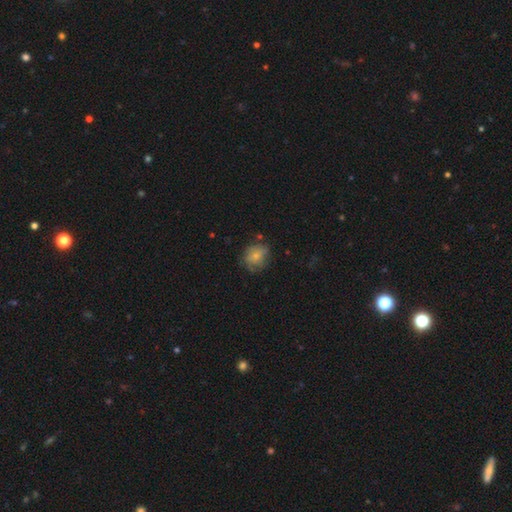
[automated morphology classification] smooth-or-featured: smooth: 65% | featured or disk: 27% | star or artifact: 9%
  how-rounded: round: 68% | in between: 31% | cigar-shaped: 1%
  merging: none: 58% | minor disturbance: 27% | major disturbance: 12% | merger: 3%